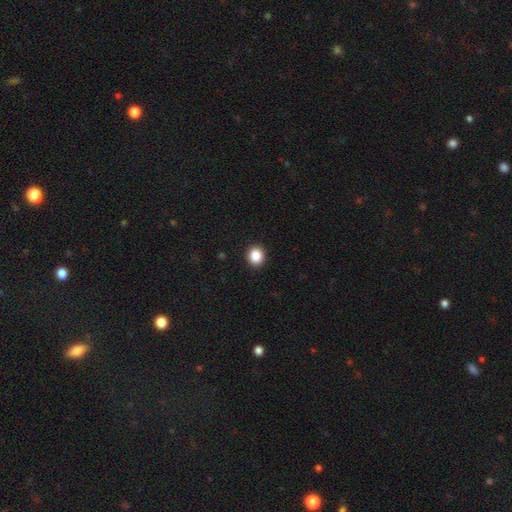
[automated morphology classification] A smooth galaxy with no disk features (87%) that is round (74%).

Vote fractions:
- Smooth or featured? smooth: 87% / star or artifact: 10% / featured or disk: 3%
- How rounded? round: 74% / in between: 25% / cigar-shaped: 1%
- Merging? none: 92% / minor disturbance: 5% / major disturbance: 2% / merger: 1%